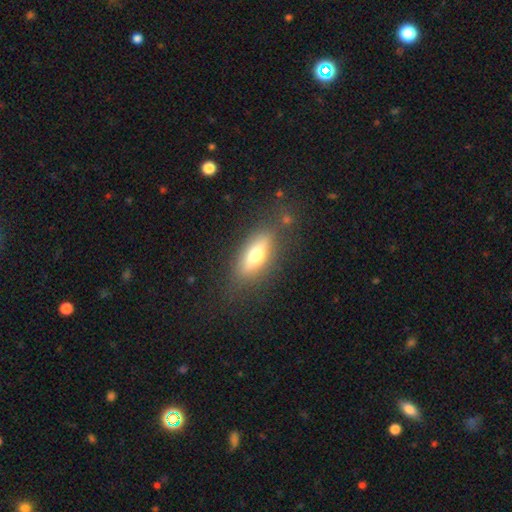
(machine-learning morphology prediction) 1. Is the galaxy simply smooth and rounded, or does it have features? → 59% smooth, 32% featured or disk, 9% star or artifact.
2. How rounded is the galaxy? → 68% in between, 28% cigar-shaped, 5% round.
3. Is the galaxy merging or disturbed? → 79% none, 13% minor disturbance, 5% major disturbance, 2% merger.